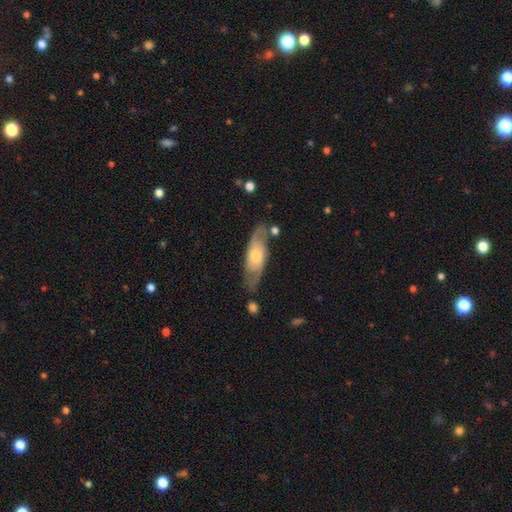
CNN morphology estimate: This is likely a featured or disk galaxy (61%). It is likely not viewed edge-on (75%). Merging: likely none (66%).